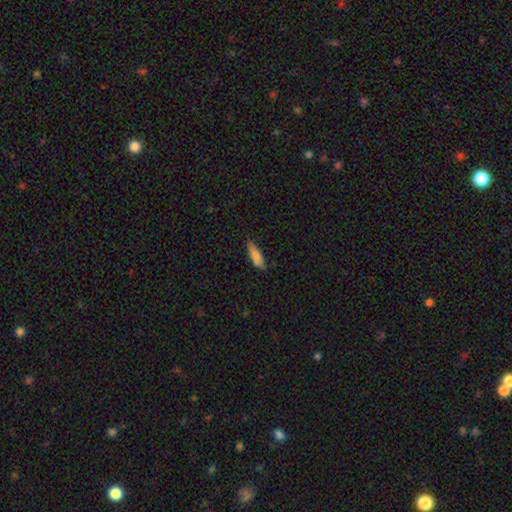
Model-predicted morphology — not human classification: This appears to be a smooth galaxy with no disk features (77%) that is cigar-shaped (56%). Merging: none (80%).